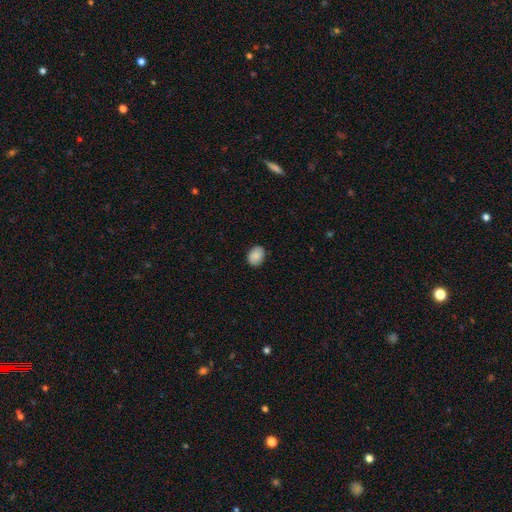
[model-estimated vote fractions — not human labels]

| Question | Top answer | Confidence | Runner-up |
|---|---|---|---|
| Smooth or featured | smooth | 87% | star or artifact (7%) |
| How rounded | in between | 65% | round (34%) |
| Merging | none | 86% | minor disturbance (11%) |